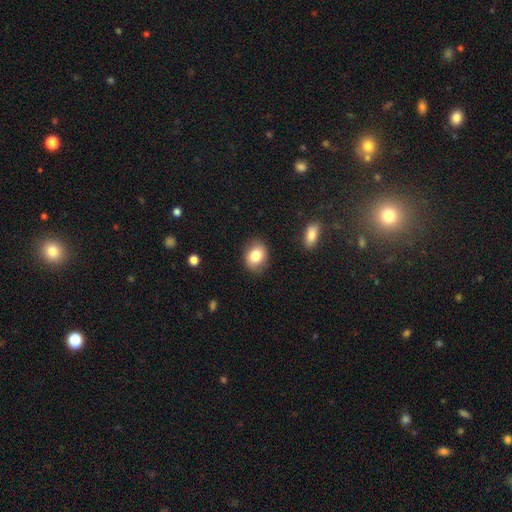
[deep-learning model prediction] A smooth galaxy with no disk features (82%) that is in between round and cigar-shaped (57%).

Vote fractions:
- Smooth or featured? smooth: 82% / featured or disk: 10% / star or artifact: 8%
- How rounded? in between: 57% / round: 42% / cigar-shaped: 1%
- Merging? none: 84% / minor disturbance: 12% / major disturbance: 3% / merger: 2%